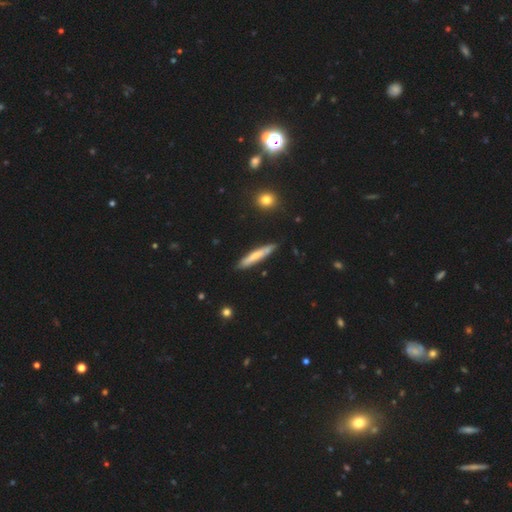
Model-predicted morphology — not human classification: Smooth or featured?
  - smooth: 61% *
  - featured or disk: 34%
  - star or artifact: 6%
How rounded?
  - cigar-shaped: 93% *
  - in between: 6%
  - round: 1%
Merging?
  - none: 84% *
  - minor disturbance: 12%
  - merger: 2%
  - major disturbance: 2%